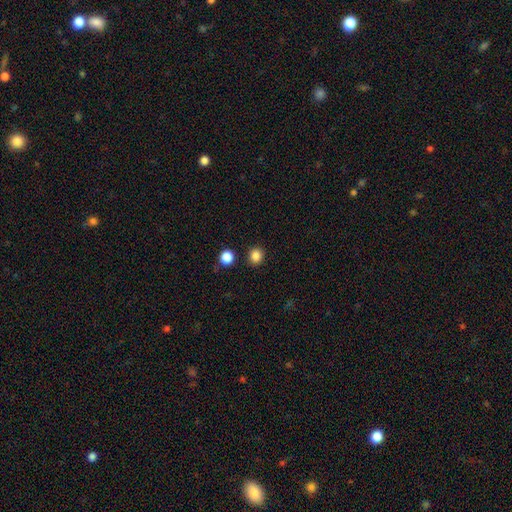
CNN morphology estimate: Smooth or featured? smooth (85%)
How rounded? round (85%)
Merging? none (88%)